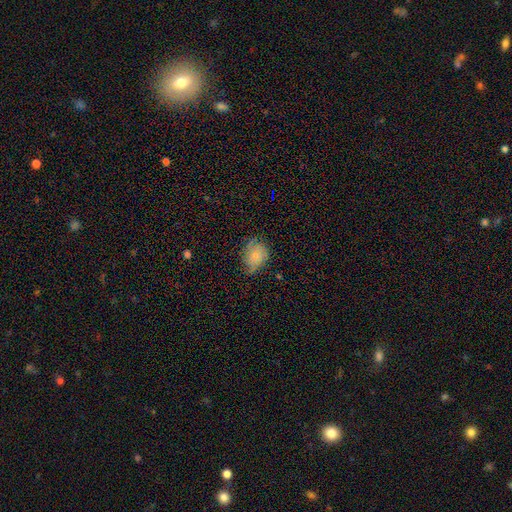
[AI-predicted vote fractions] Overall: smooth (71%). How rounded: in between (50%; round 49%). Merging: none (55%; minor disturbance 35%).